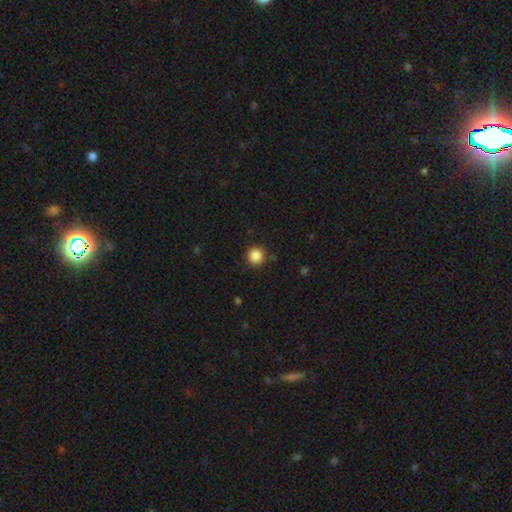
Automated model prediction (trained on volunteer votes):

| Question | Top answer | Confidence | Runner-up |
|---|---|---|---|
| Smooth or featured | smooth | 87% | star or artifact (10%) |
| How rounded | round | 94% | in between (5%) |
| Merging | none | 89% | minor disturbance (7%) |